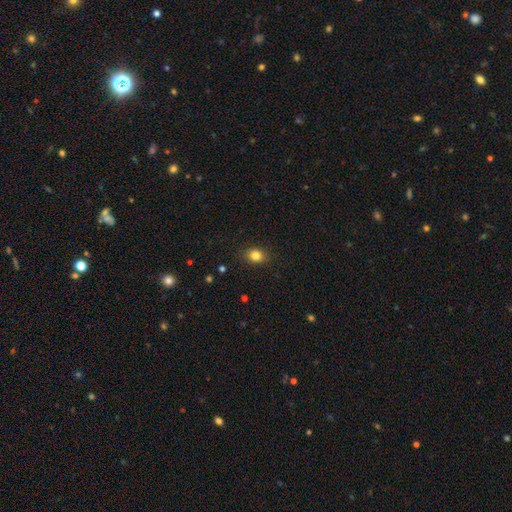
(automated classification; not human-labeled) Morphology: type=smooth (83%); roundness=round (50%); merging=none (87%).